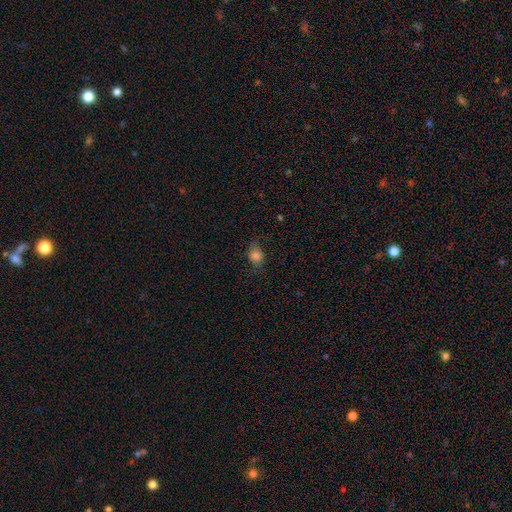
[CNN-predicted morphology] Q: Smooth or featured?
A: smooth (79%); runner-up: star or artifact (11%)
Q: How rounded?
A: round (57%); runner-up: in between (41%)
Q: Merging?
A: none (64%); runner-up: minor disturbance (25%)